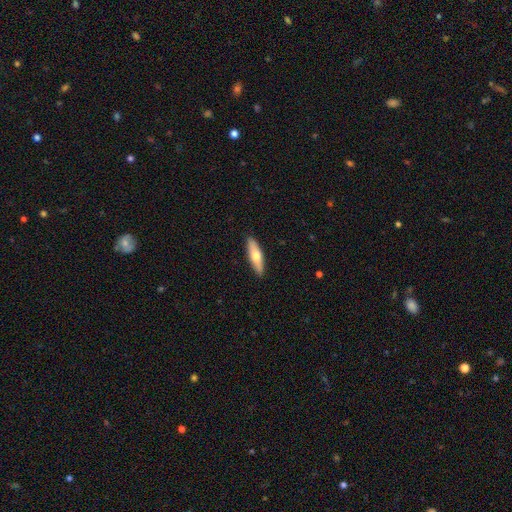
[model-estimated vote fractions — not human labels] The model was most divided on "smooth or featured": smooth: 60%, featured or disk: 35%, star or artifact: 5%. More confident: merging — none (90%); how rounded — cigar-shaped (62%).